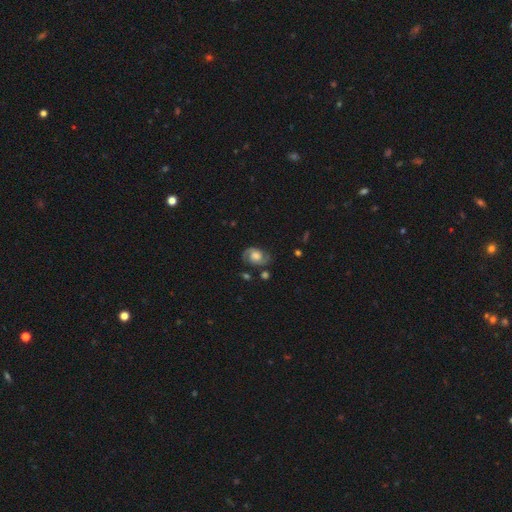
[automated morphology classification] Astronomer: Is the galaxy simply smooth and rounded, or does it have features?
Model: featured or disk — 75%.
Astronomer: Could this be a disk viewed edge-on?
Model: no — 97%.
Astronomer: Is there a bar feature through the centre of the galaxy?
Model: no — 65%.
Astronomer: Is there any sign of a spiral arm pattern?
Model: yes — 93%.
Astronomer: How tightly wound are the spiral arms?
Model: medium — 50% (runner-up: tight, 32%).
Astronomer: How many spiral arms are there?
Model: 2 — 90%.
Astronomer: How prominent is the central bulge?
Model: large — 40% (runner-up: moderate, 36%).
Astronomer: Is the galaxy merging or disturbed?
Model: none — 75%.